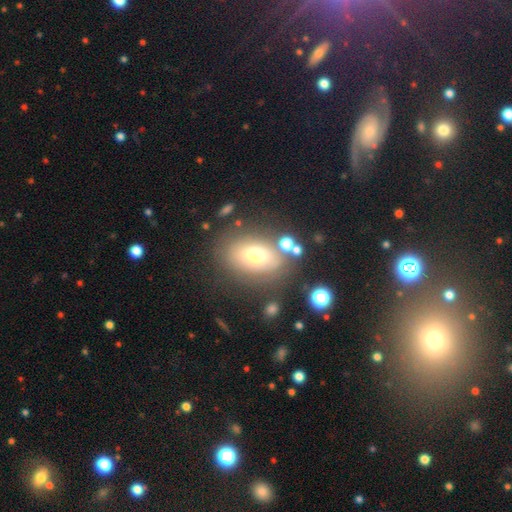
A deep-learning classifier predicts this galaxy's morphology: This is likely a smooth galaxy (62%). How rounded: likely in between (79%). Merging: likely none (68%).